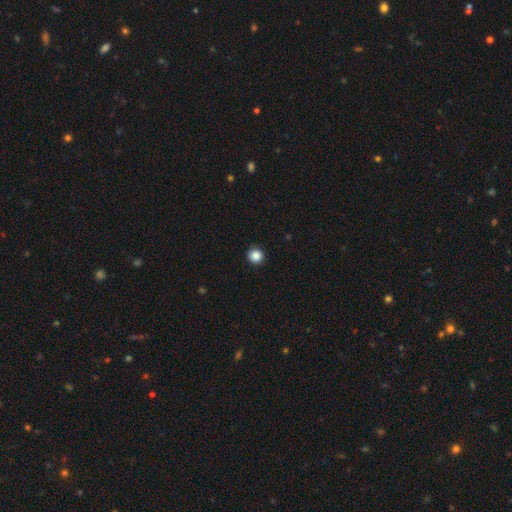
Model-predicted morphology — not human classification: Smooth or featured? smooth (88%)
How rounded? round (94%)
Merging? none (91%)